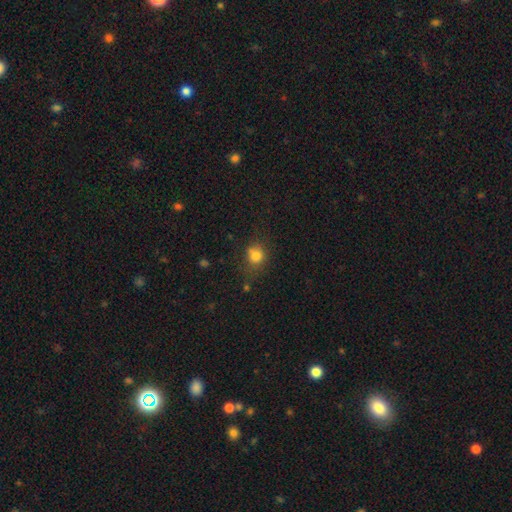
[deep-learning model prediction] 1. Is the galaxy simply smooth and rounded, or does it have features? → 79% smooth, 13% star or artifact, 8% featured or disk.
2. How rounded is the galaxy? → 71% round, 27% in between, 1% cigar-shaped.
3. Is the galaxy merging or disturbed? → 62% none, 23% minor disturbance, 9% major disturbance, 6% merger.